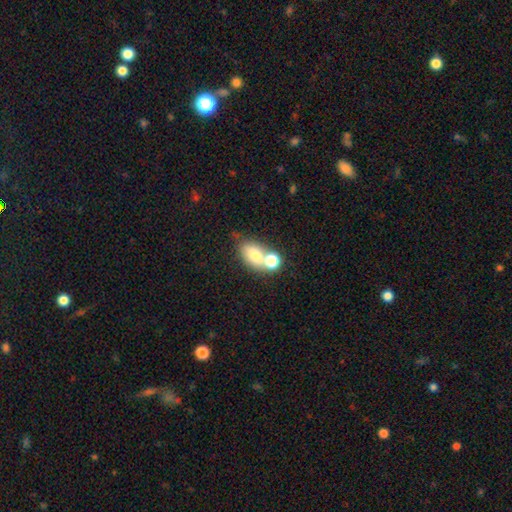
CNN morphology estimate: A smooth galaxy with no disk features (72%) that is in between round and cigar-shaped (76%). Merging: merger (42%).